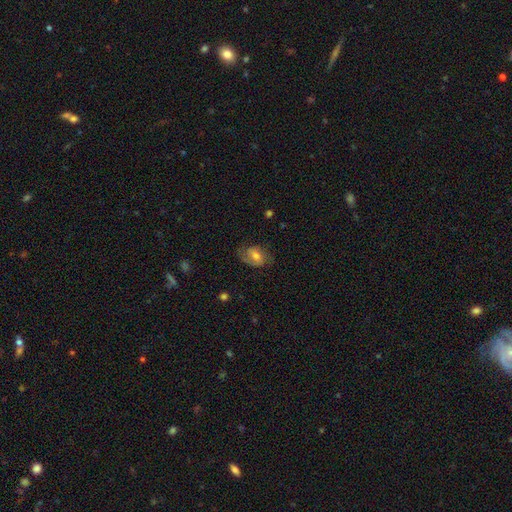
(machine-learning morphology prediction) This is possibly a featured or disk galaxy (55%). It is clearly not viewed edge-on (95%). Bar: possibly weak (45%). Spiral arm pattern: clearly yes (80%). Central bulge: likely moderate (61%). Merging: likely none (66%).